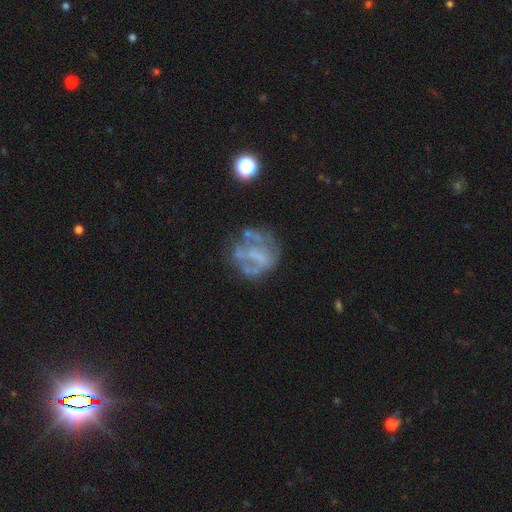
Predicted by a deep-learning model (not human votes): smooth_or_featured: featured or disk (p=0.64) [alt: smooth p=0.22]
disk_edge_on: no (p=0.98) [alt: yes p=0.02]
bar: no (p=0.66) [alt: weak p=0.22]
has_spiral_arms: no (p=0.75) [alt: yes p=0.25]
bulge_size: none (p=0.68) [alt: small p=0.16]
merging: none (p=0.50) [alt: major disturbance p=0.24]